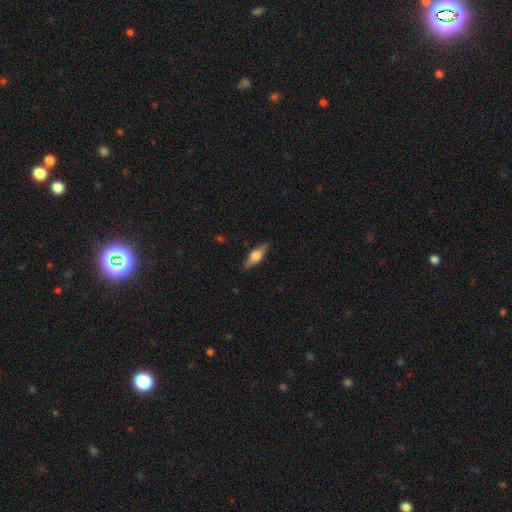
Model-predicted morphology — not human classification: Q: Smooth or featured?
A: featured or disk (52%); runner-up: smooth (42%)
Q: Edge-on disk?
A: yes (93%); runner-up: no (7%)
Q: Merging?
A: none (87%); runner-up: minor disturbance (10%)